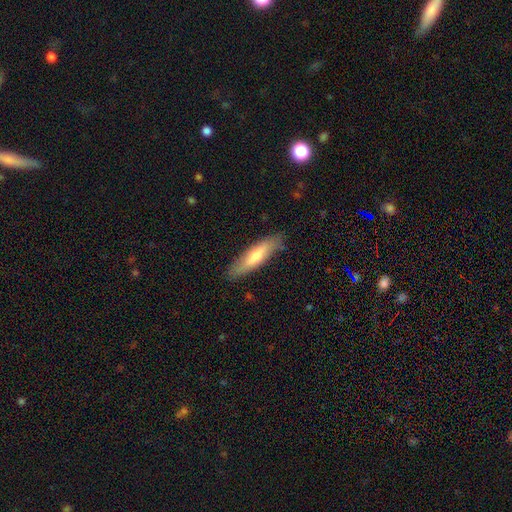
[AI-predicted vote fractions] smooth 65%, featured or disk 30%, star or artifact 6%. Down the decision tree: how rounded — cigar-shaped (73%); merging — none (85%).